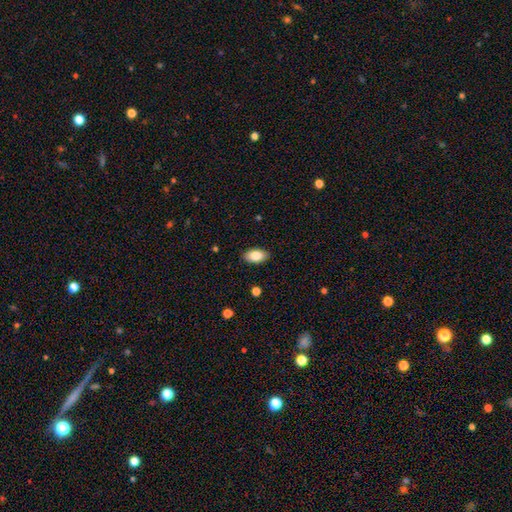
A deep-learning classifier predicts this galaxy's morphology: Smooth or featured: smooth — 86% (featured or disk — 7%)
How rounded: in between — 93% (round — 4%)
Merging: none — 88% (minor disturbance — 9%)